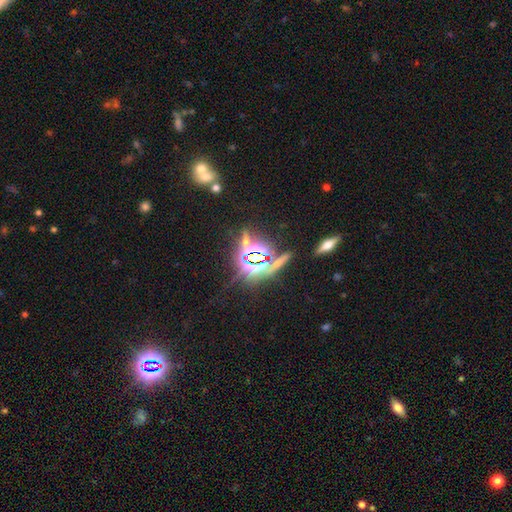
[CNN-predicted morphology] This appears to be a star or artifact, not a galaxy (79%).